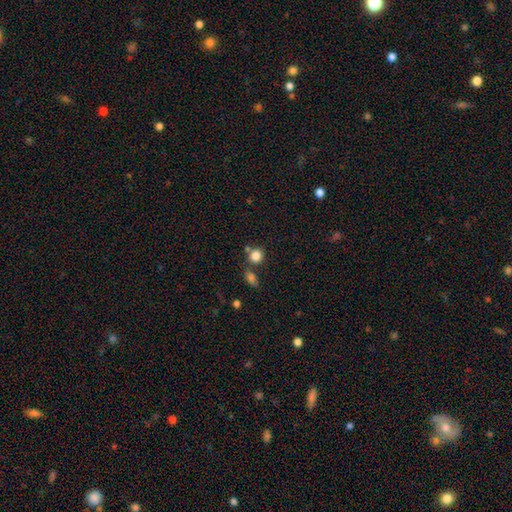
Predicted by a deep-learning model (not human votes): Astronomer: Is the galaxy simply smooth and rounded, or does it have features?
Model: smooth — 83%.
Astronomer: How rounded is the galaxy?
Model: round — 79%.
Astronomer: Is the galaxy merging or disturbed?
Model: none — 66%.